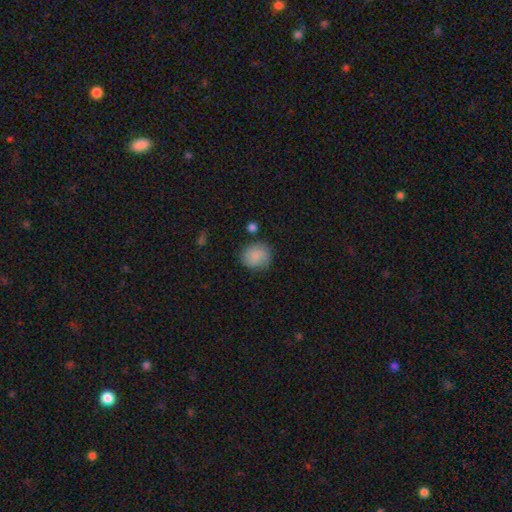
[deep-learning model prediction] Smooth or featured: smooth — 81% (featured or disk — 11%)
How rounded: round — 81% (in between — 18%)
Merging: none — 74% (minor disturbance — 18%)